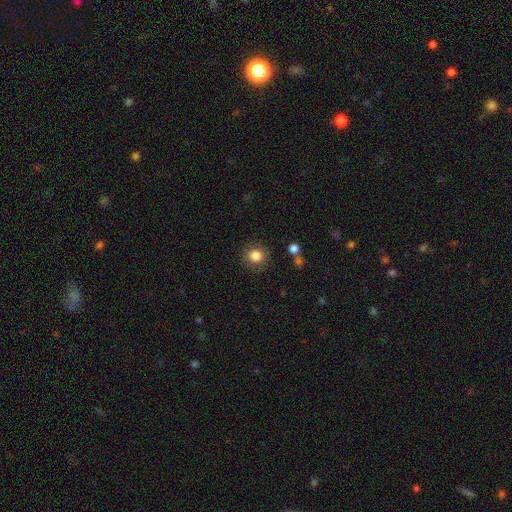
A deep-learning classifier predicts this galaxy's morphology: Smooth or featured: smooth — 83% (star or artifact — 10%)
How rounded: round — 88% (in between — 11%)
Merging: none — 86% (minor disturbance — 9%)